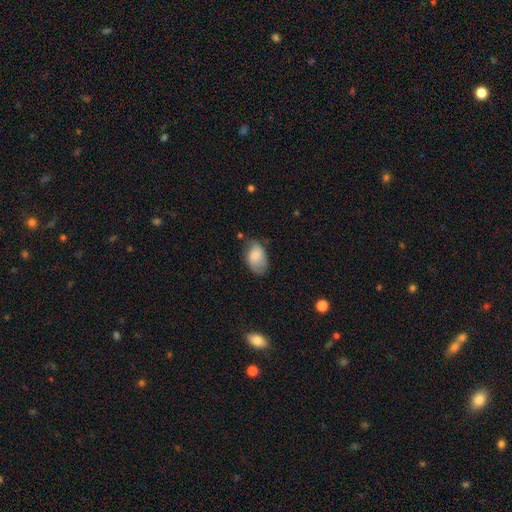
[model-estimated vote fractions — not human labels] Smooth or featured? Predicted: smooth (p=0.75). How rounded? Predicted: in between (p=0.90). Merging? Predicted: none (p=0.56).